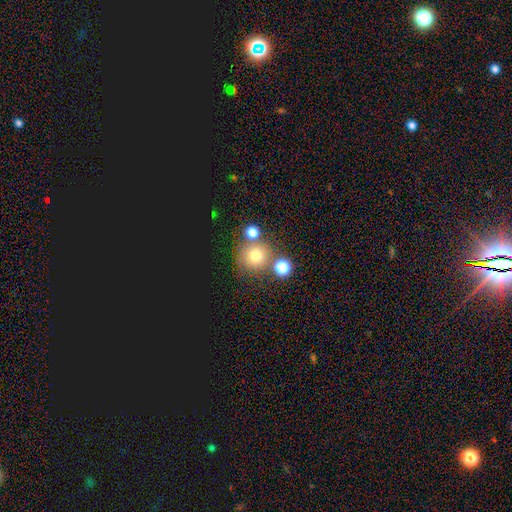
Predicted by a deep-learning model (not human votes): A smooth galaxy with no disk features (69%) that is round (92%).

Vote fractions:
- Smooth or featured? smooth: 69% / star or artifact: 19% / featured or disk: 11%
- How rounded? round: 92% / in between: 7% / cigar-shaped: 1%
- Merging? none: 68% / merger: 18% / minor disturbance: 10% / major disturbance: 4%